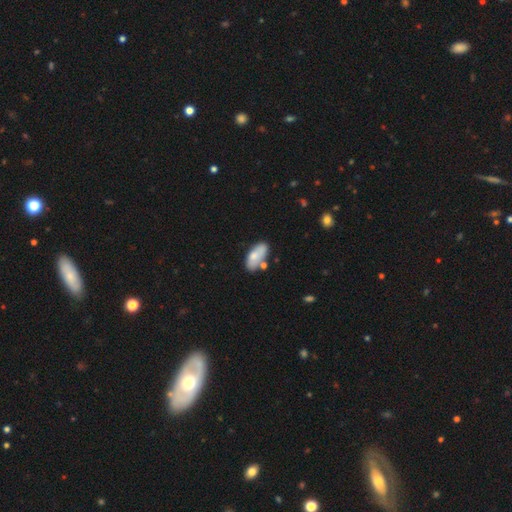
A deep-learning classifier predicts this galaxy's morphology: type=smooth (73%); roundness=in between (89%); merging=none (61%).